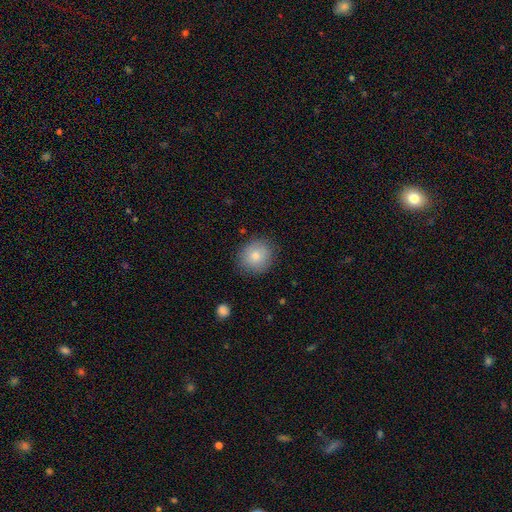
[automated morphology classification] A smooth galaxy with no disk features (81%) that is round (84%).

Vote fractions:
- Smooth or featured? smooth: 81% / featured or disk: 11% / star or artifact: 8%
- How rounded? round: 84% / in between: 15% / cigar-shaped: 1%
- Merging? none: 85% / minor disturbance: 11% / major disturbance: 3% / merger: 1%